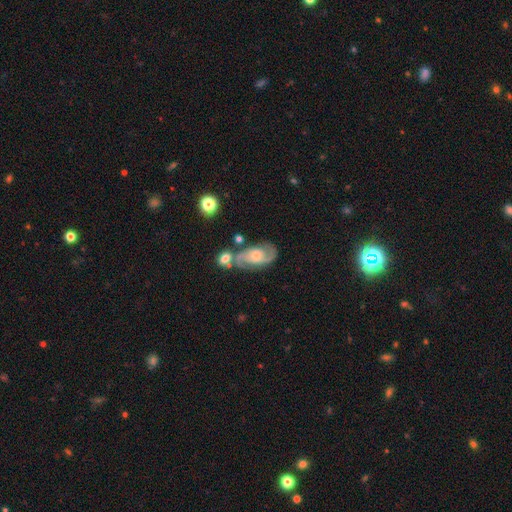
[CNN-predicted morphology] This is clearly a featured or disk galaxy (82%). It is clearly not viewed edge-on (96%). Bar: possibly no (57%). Spiral arm pattern: clearly yes (96%). Spiral arm count: clearly 2 (88%). Spiral winding: possibly medium (52%). Central bulge: possibly moderate (46%). Merging: likely none (62%).